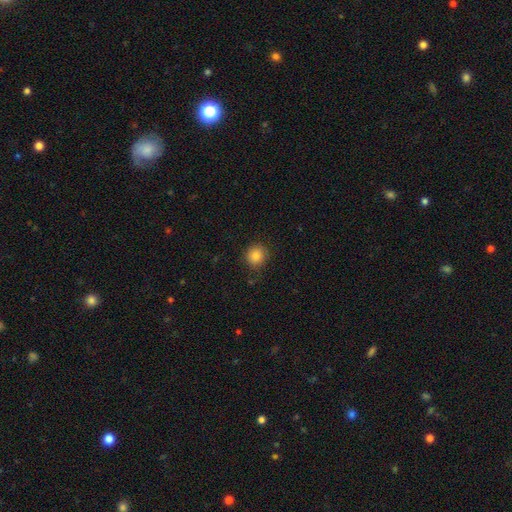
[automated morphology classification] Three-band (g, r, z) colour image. It shows a smooth galaxy with no disk features (83%) that is round (89%). Merging: none (83%).